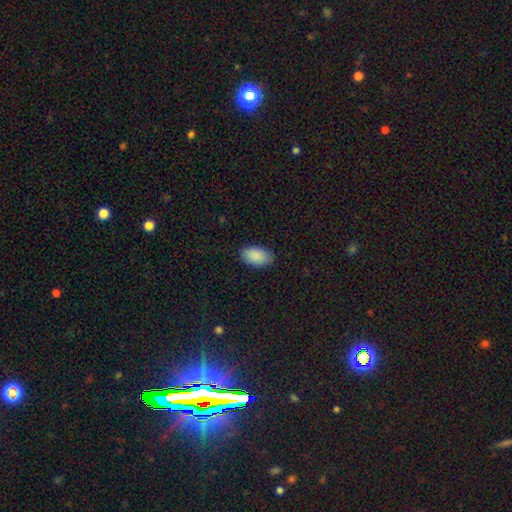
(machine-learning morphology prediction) A smooth galaxy with no disk features (90%) that is in between round and cigar-shaped (95%). Merging: none (86%).